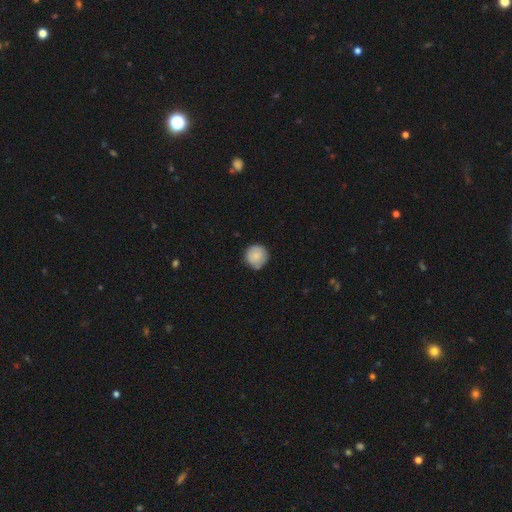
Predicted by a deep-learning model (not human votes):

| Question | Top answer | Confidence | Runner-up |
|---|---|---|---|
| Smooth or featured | smooth | 82% | featured or disk (10%) |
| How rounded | round | 95% | in between (4%) |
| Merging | none | 80% | minor disturbance (16%) |